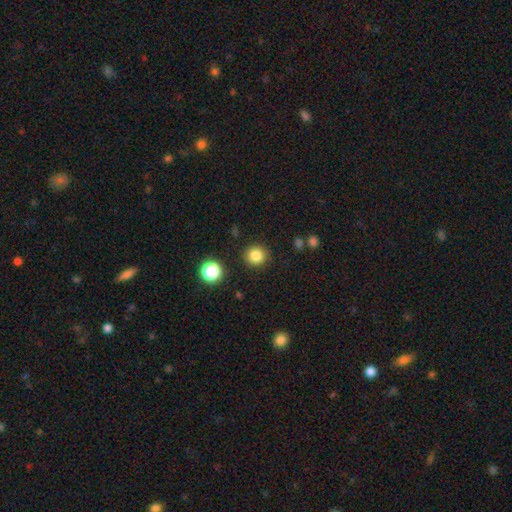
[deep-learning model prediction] smooth-or-featured: smooth: 83% | star or artifact: 12% | featured or disk: 5%
  how-rounded: round: 92% | in between: 7% | cigar-shaped: 1%
  merging: none: 90% | minor disturbance: 6% | major disturbance: 2% | merger: 2%